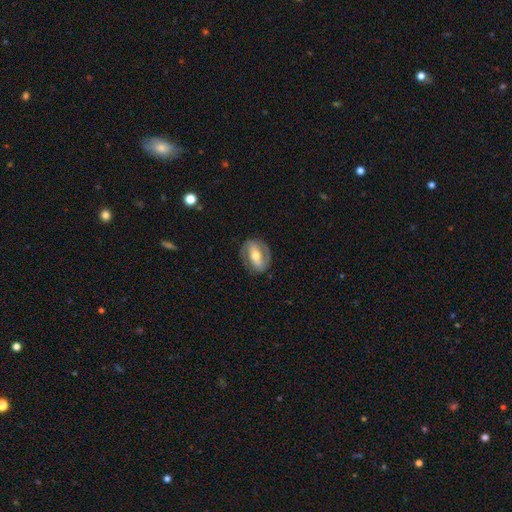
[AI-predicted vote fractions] smooth_or_featured: featured or disk (p=0.69) [alt: smooth p=0.26]
disk_edge_on: no (p=0.94) [alt: yes p=0.06]
bar: strong (p=0.49) [alt: weak p=0.28]
has_spiral_arms: yes (p=0.71) [alt: no p=0.29]
bulge_size: moderate (p=0.66) [alt: small p=0.24]
merging: none (p=0.79) [alt: minor disturbance p=0.14]